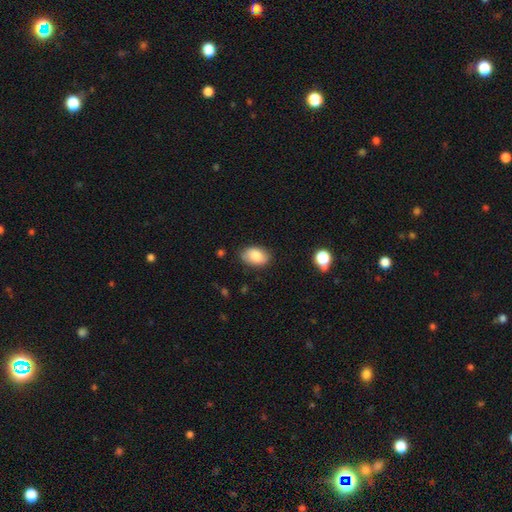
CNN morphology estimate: smooth-or-featured: smooth: 84% | featured or disk: 9% | star or artifact: 7%
  how-rounded: in between: 89% | round: 10% | cigar-shaped: 1%
  merging: none: 82% | minor disturbance: 13% | major disturbance: 3% | merger: 1%